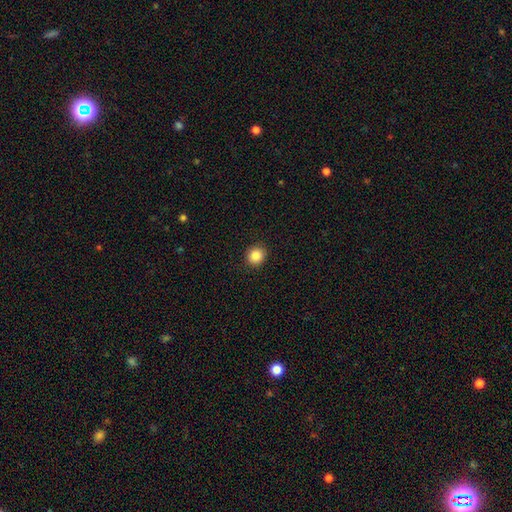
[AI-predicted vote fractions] Q: Smooth or featured?
A: smooth (85%); runner-up: star or artifact (10%)
Q: How rounded?
A: round (88%); runner-up: in between (11%)
Q: Merging?
A: none (92%); runner-up: minor disturbance (5%)